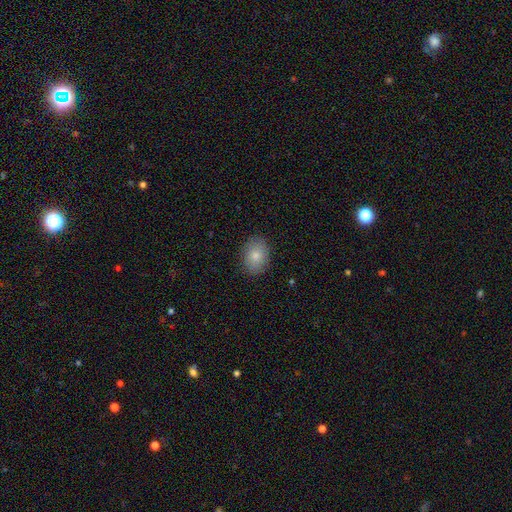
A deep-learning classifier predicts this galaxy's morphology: smooth 82%, featured or disk 11%, star or artifact 8%. Down the decision tree: how rounded — in between (73%); merging — none (87%).